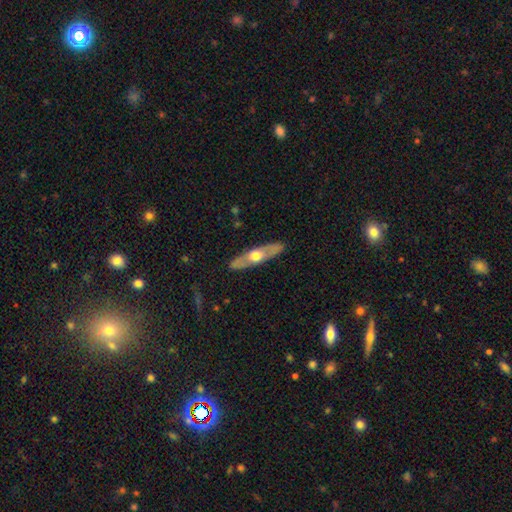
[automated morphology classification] This is possibly a featured or disk galaxy (57%). It is likely viewed edge-on (69%). Merging: clearly none (88%).